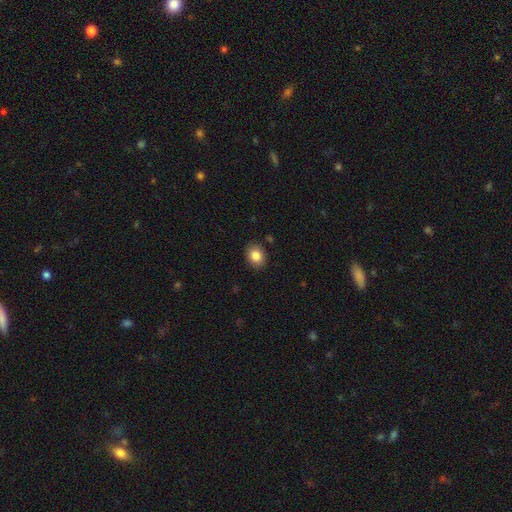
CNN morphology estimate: Smooth or featured? Predicted: smooth (p=0.85). How rounded? Predicted: in between (p=0.52). Merging? Predicted: none (p=0.88).